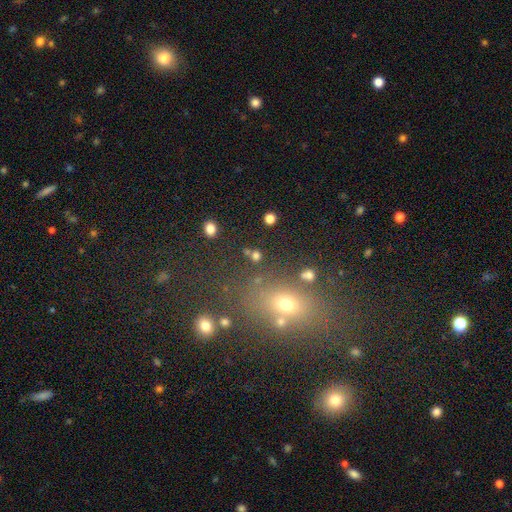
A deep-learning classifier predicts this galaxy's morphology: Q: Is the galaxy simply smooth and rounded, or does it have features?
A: smooth — 73%.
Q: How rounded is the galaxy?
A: round — 69%.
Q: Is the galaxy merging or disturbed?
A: none — 76%.